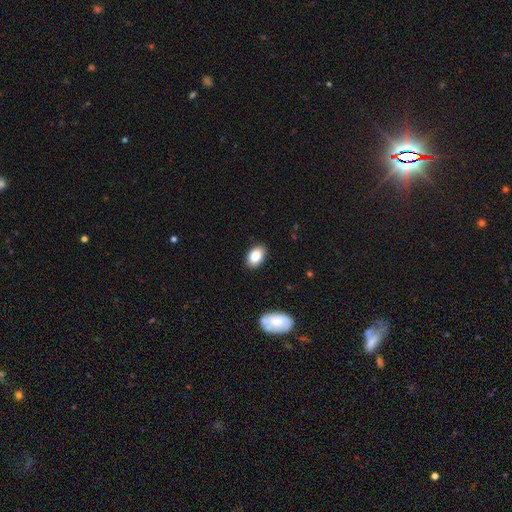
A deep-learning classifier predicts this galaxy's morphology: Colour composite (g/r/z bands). It shows a smooth galaxy with no disk features (87%) that is in between round and cigar-shaped (89%). Merging: none (86%).